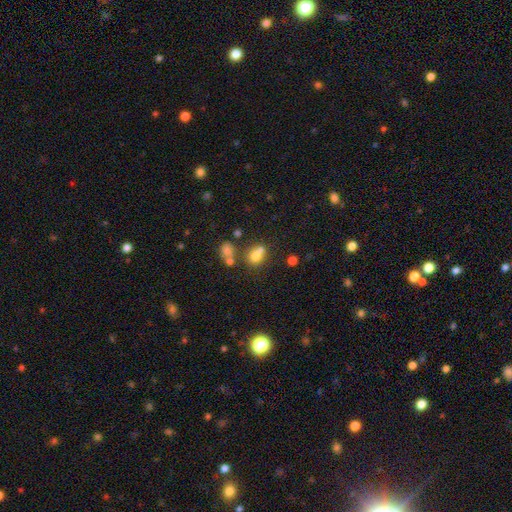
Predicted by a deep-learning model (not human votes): This appears to be a smooth galaxy with no disk features (72%) that is round (71%). Merging: merger (44%).